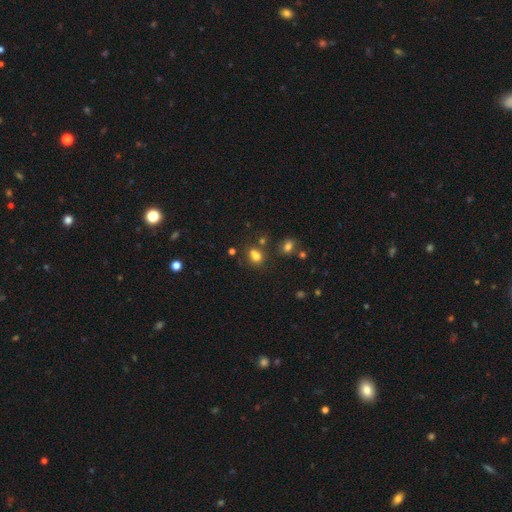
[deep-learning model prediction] smooth 75%, star or artifact 17%, featured or disk 8%. Down the decision tree: how rounded — in between (59%); merging — none (55%).